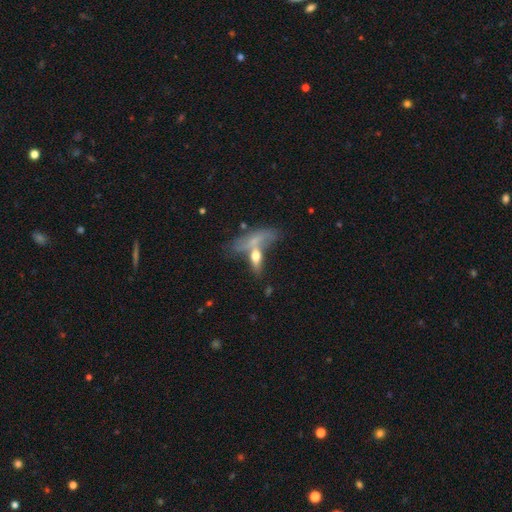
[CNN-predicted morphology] A smooth galaxy with no disk features (58%) that is in between round and cigar-shaped (50%).

Vote fractions:
- Smooth or featured? smooth: 58% / featured or disk: 35% / star or artifact: 8%
- How rounded? in between: 50% / cigar-shaped: 43% / round: 7%
- Merging? merger: 43% / none: 31% / minor disturbance: 14% / major disturbance: 12%